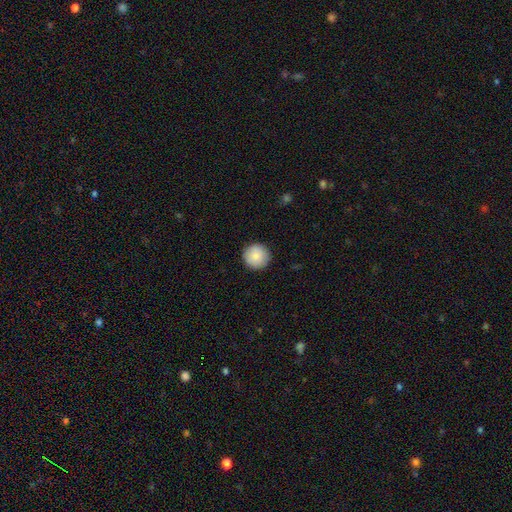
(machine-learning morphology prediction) A smooth galaxy with no disk features (86%) that is round (96%). Merging: none (91%).